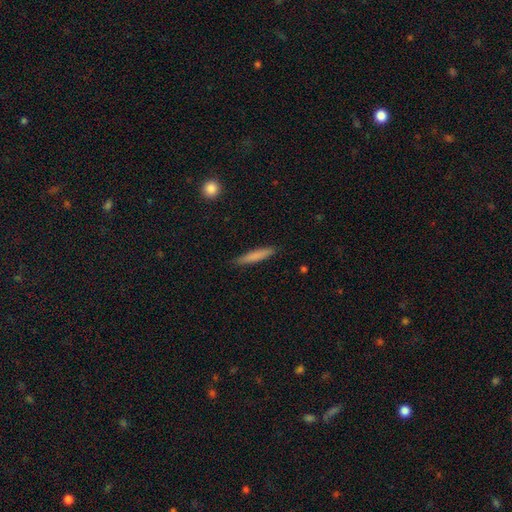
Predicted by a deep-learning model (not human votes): smooth-or-featured: smooth: 79% | featured or disk: 15% | star or artifact: 6%
  how-rounded: cigar-shaped: 92% | in between: 7% | round: 1%
  merging: none: 88% | minor disturbance: 9% | major disturbance: 2% | merger: 1%